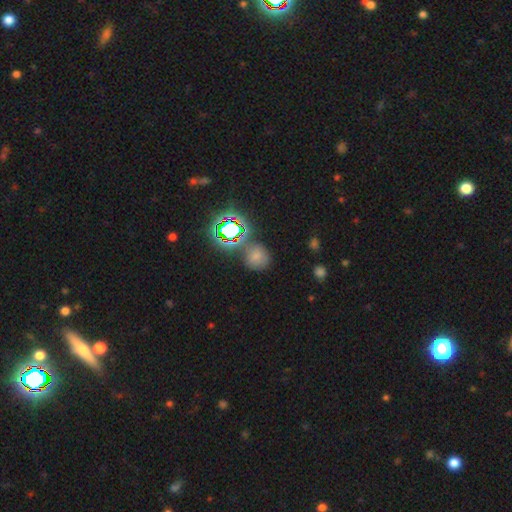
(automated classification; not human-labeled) Smooth or featured: smooth — 60% (star or artifact — 31%)
How rounded: round — 83% (in between — 16%)
Merging: none — 71% (minor disturbance — 14%)